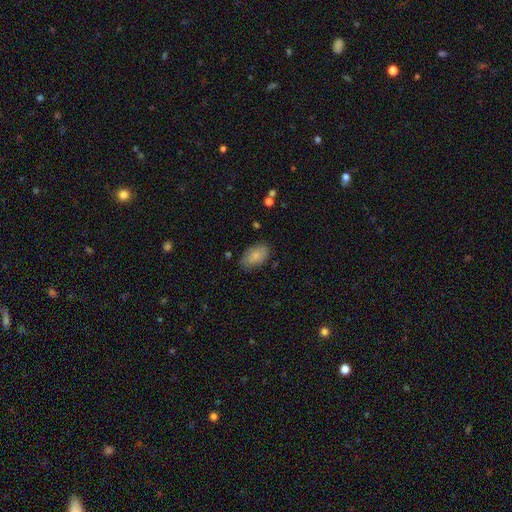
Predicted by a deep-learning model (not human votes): Smooth or featured? smooth (83%)
How rounded? in between (93%)
Merging? none (78%)